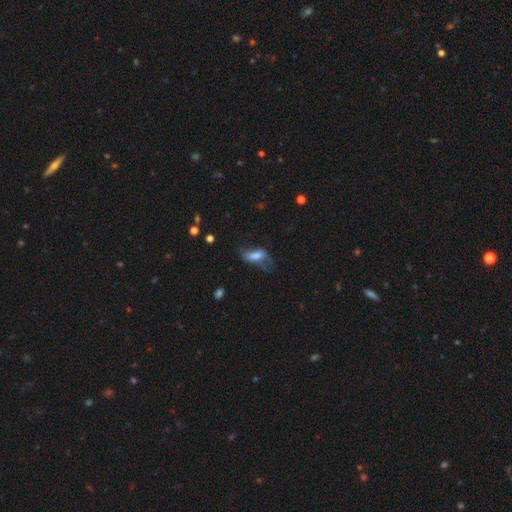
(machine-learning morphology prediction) smooth-or-featured: smooth: 55% | featured or disk: 34% | star or artifact: 11%
  how-rounded: in between: 80% | cigar-shaped: 15% | round: 5%
  merging: major disturbance: 39% | none: 32% | minor disturbance: 25% | merger: 3%